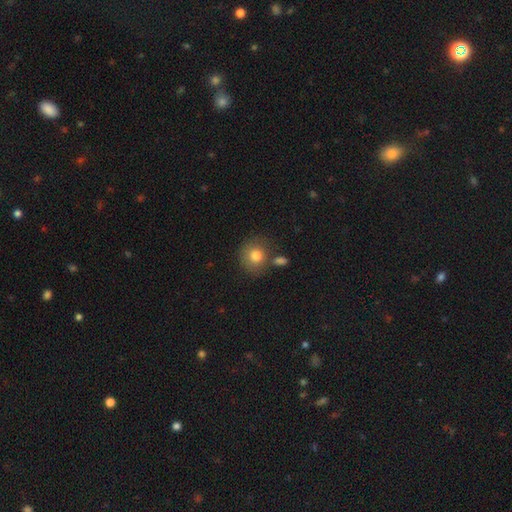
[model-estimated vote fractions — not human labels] Smooth or featured: smooth — 81% (featured or disk — 10%)
How rounded: round — 84% (in between — 15%)
Merging: none — 66% (merger — 15%)